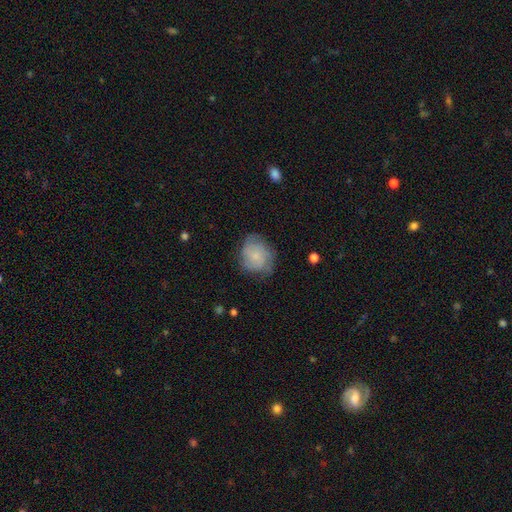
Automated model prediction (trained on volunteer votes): A featured or disk galaxy (47%).

Vote fractions:
- Smooth or featured? featured or disk: 47% / smooth: 44% / star or artifact: 8%
- Merging? none: 66% / minor disturbance: 24% / major disturbance: 9% / merger: 1%